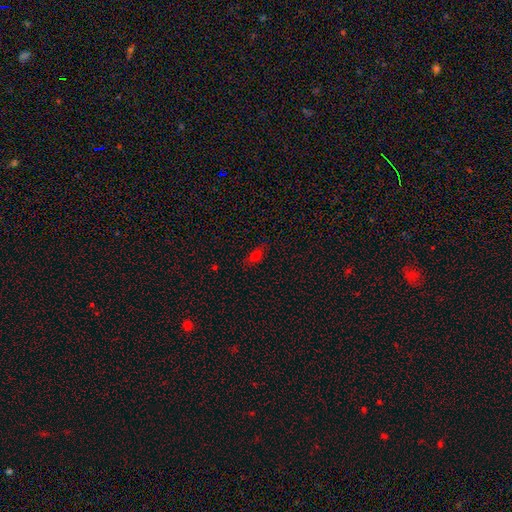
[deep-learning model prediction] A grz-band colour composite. It shows a smooth galaxy with no disk features (71%) that is in between round and cigar-shaped (78%). Merging: none (82%).